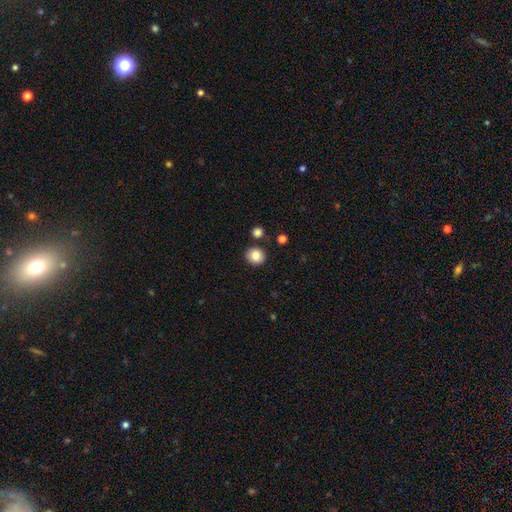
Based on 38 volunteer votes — This is clearly a smooth galaxy (89%). How rounded: clearly round (88%). Merging: clearly none (92%).